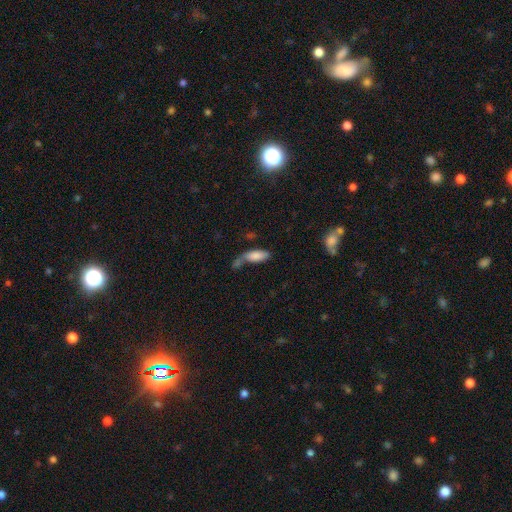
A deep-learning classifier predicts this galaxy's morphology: smooth 79%, featured or disk 13%, star or artifact 8%. Down the decision tree: how rounded — in between (77%); merging — merger (35%).